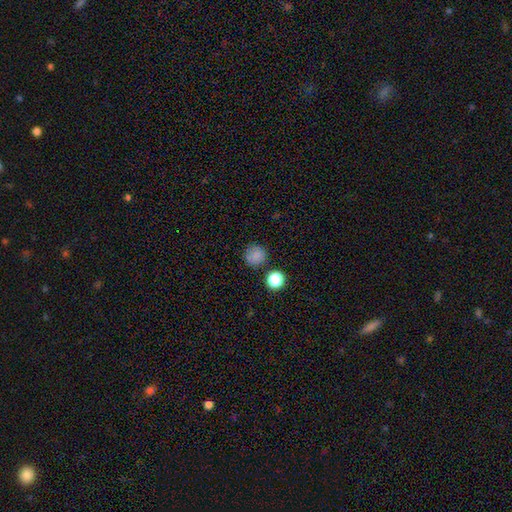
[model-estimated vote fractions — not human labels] Smooth or featured: smooth — 81% (star or artifact — 14%)
How rounded: round — 92% (in between — 7%)
Merging: none — 82% (minor disturbance — 10%)